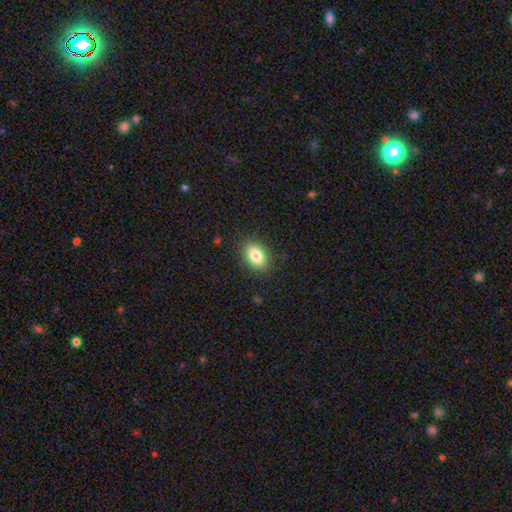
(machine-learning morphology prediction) Smooth or featured: smooth — 83% (featured or disk — 9%)
How rounded: in between — 84% (round — 14%)
Merging: none — 86% (minor disturbance — 10%)